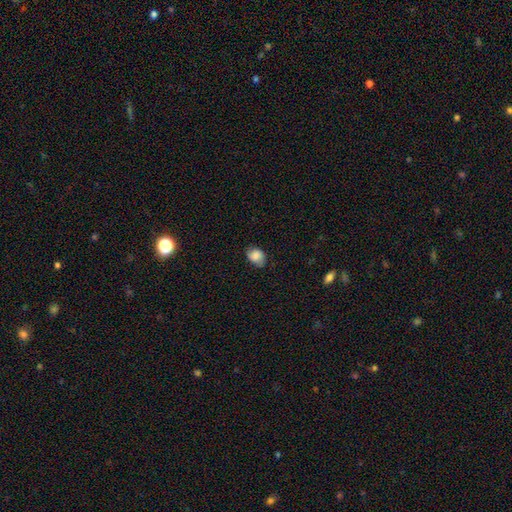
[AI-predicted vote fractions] This is clearly a smooth galaxy (84%). How rounded: likely in between (61%). Merging: likely none (71%).